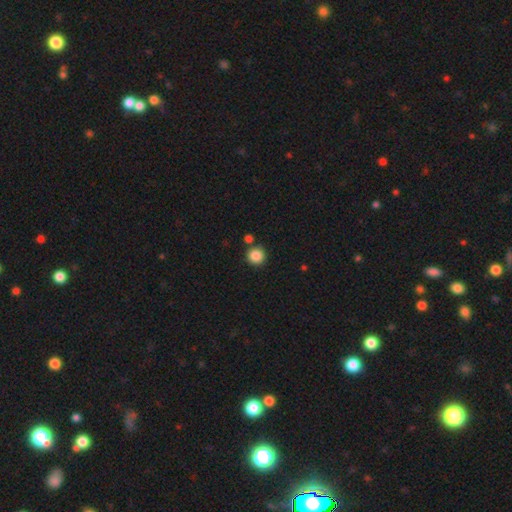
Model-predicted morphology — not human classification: A smooth galaxy with no disk features (86%) that is round (95%). Merging: none (83%).